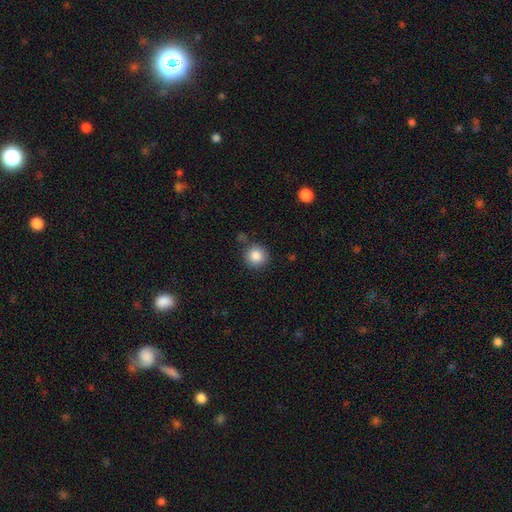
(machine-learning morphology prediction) type=smooth (86%); roundness=round (92%); merging=none (80%).